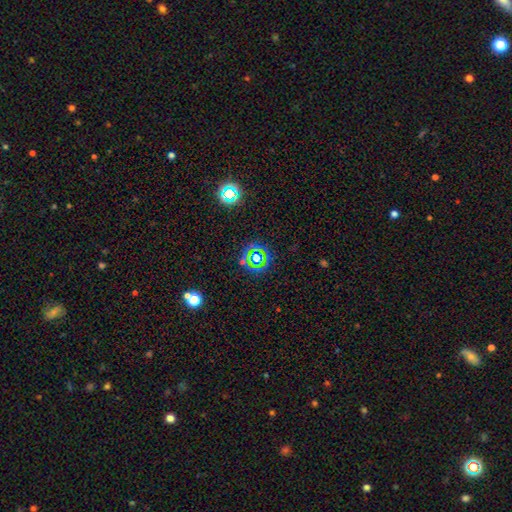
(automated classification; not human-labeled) Smooth or featured? star or artifact (59%)